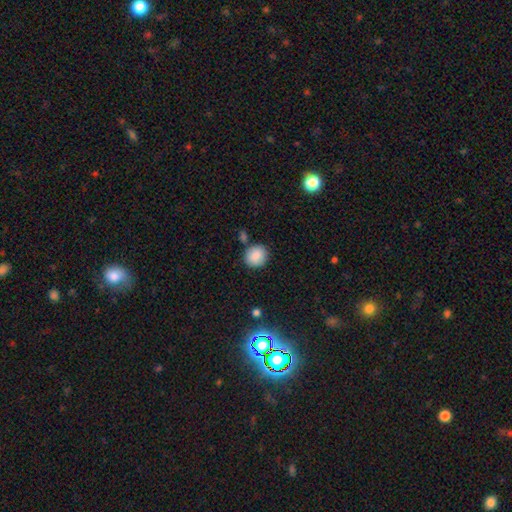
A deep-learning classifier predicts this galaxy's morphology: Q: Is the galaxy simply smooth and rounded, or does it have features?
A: smooth — 87%.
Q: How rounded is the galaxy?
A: round — 82%.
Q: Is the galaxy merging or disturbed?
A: none — 79%.